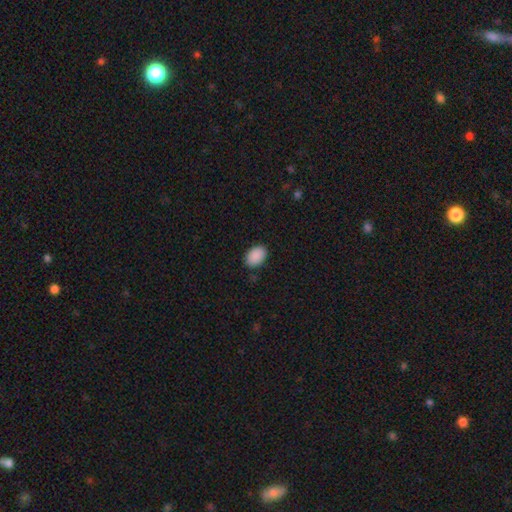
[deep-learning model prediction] Q: Smooth or featured?
A: smooth (90%); runner-up: star or artifact (7%)
Q: How rounded?
A: in between (85%); runner-up: round (14%)
Q: Merging?
A: none (86%); runner-up: minor disturbance (10%)